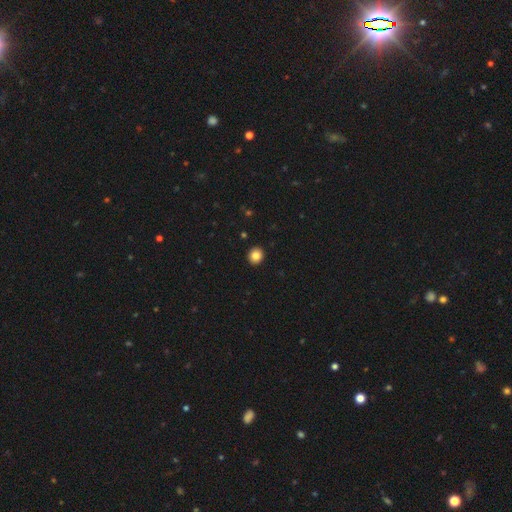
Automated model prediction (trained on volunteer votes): Smooth or featured?
  - smooth: 84% *
  - star or artifact: 10%
  - featured or disk: 5%
How rounded?
  - round: 88% *
  - in between: 11%
  - cigar-shaped: 1%
Merging?
  - none: 93% *
  - minor disturbance: 4%
  - major disturbance: 1%
  - merger: 1%